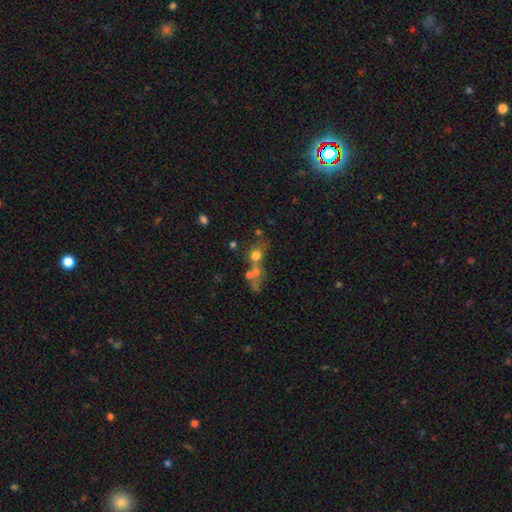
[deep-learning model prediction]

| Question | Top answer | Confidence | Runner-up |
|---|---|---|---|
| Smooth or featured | smooth | 56% | featured or disk (25%) |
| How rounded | round | 72% | in between (24%) |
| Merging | merger | 50% | none (32%) |